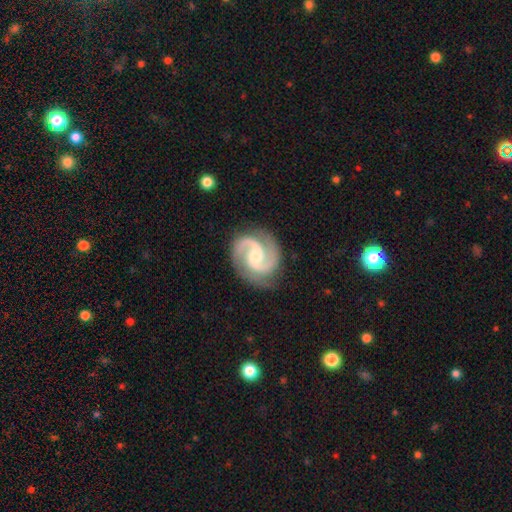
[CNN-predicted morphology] A featured or disk galaxy (93%) with a weak bar (47%), 2 (93%) medium (64%) spiral arms (99%) and a moderate central bulge (52%).

Vote fractions:
- Smooth or featured? featured or disk: 93% / star or artifact: 4% / smooth: 3%
- Edge-on disk? no: 98% / yes: 2%
- Bar? weak: 47% / no: 40% / strong: 13%
- Spiral arms? yes: 99% / no: 1%
- Spiral winding? medium: 64% / tight: 22% / loose: 13%
- Spiral arm count? 2: 93% / 3: 2% / can't tell: 1% / 1: 1% / 4: 1% / more than 4: 1%
- Bulge size? moderate: 52% / small: 38% / none: 5% / large: 4% / dominant: 1%
- Merging? none: 85% / minor disturbance: 11% / major disturbance: 3% / merger: 1%